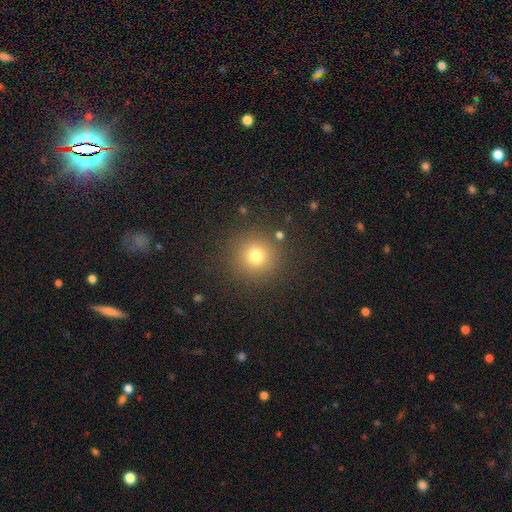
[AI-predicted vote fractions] The model was most divided on "smooth or featured": smooth: 74%, star or artifact: 17%, featured or disk: 9%. More confident: how rounded — round (94%); merging — none (87%).